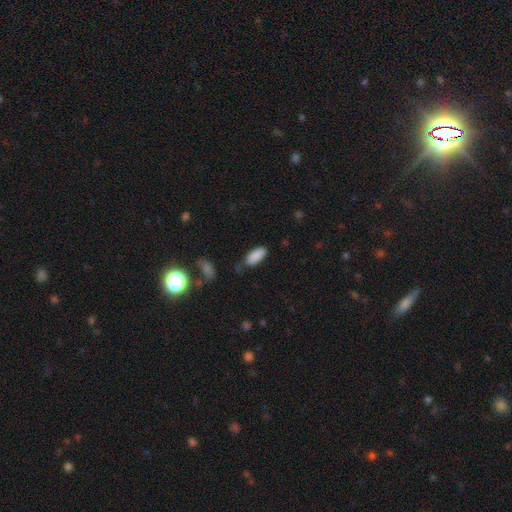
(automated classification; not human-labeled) Smooth or featured? Predicted: smooth (p=0.87). How rounded? Predicted: in between (p=0.87). Merging? Predicted: none (p=0.73).